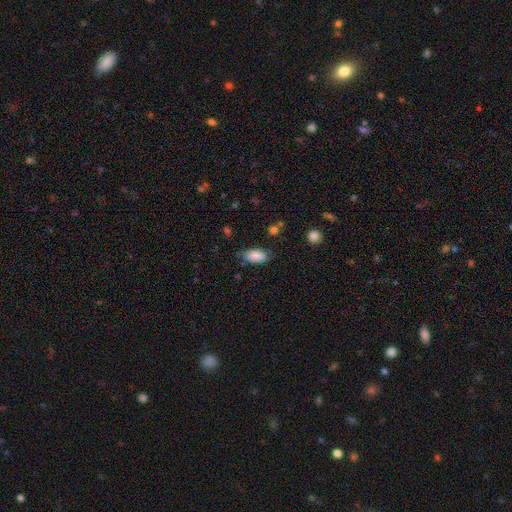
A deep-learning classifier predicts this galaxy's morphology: smooth 83%, featured or disk 9%, star or artifact 8%. Down the decision tree: how rounded — in between (93%); merging — none (64%).